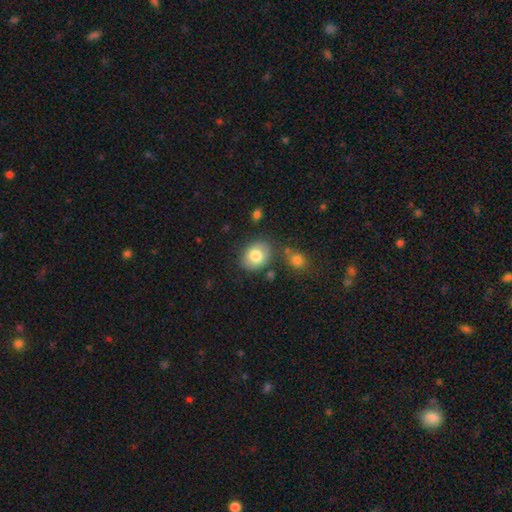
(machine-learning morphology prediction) Smooth or featured? Predicted: smooth (p=0.77). How rounded? Predicted: in between (p=0.52). Merging? Predicted: none (p=0.79).